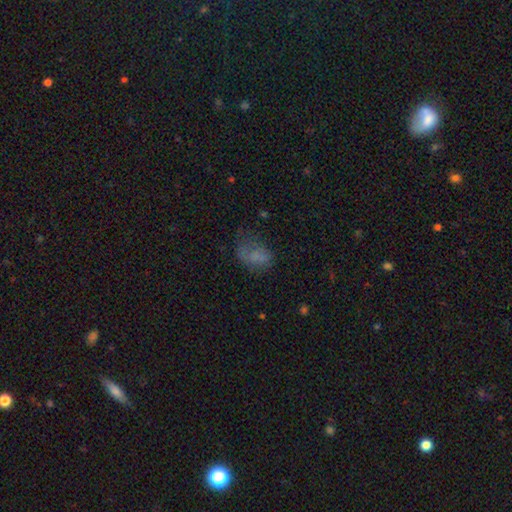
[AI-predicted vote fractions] smooth-or-featured: smooth: 63% | featured or disk: 22% | star or artifact: 15%
  how-rounded: in between: 84% | round: 14% | cigar-shaped: 2%
  merging: major disturbance: 35% (tied) | none: 35% (tied) | minor disturbance: 26% | merger: 4%